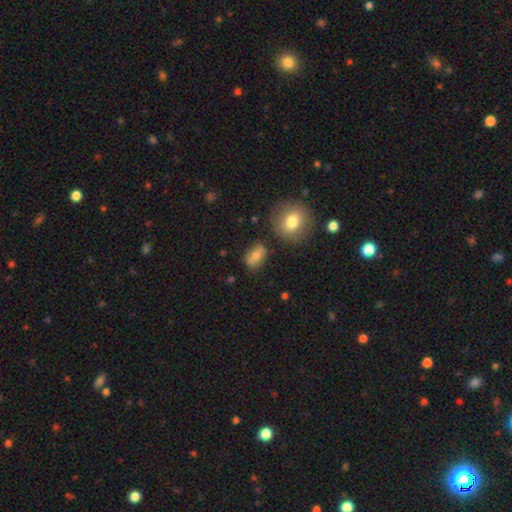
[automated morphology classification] The model was most divided on "smooth or featured": smooth: 68%, featured or disk: 22%, star or artifact: 10%. More confident: how rounded — in between (76%); merging — none (75%).